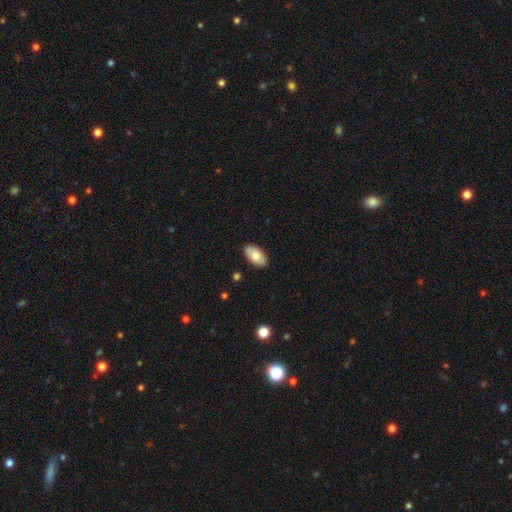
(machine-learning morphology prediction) Smooth or featured?
  - smooth: 73% *
  - featured or disk: 21%
  - star or artifact: 6%
How rounded?
  - in between: 95% *
  - round: 3%
  - cigar-shaped: 2%
Merging?
  - none: 88% *
  - minor disturbance: 9%
  - major disturbance: 2%
  - merger: 1%